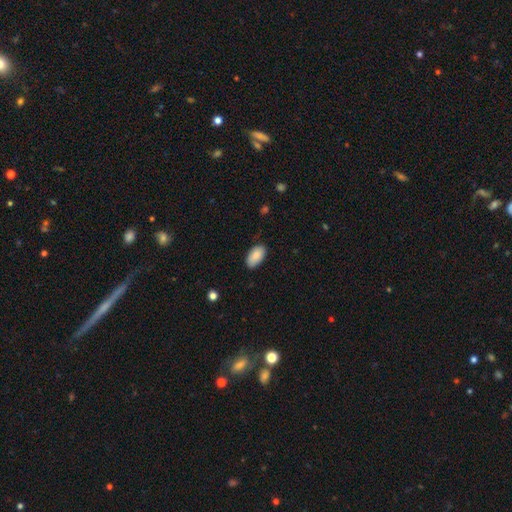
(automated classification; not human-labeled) Smooth or featured? smooth (87%)
How rounded? in between (95%)
Merging? none (83%)